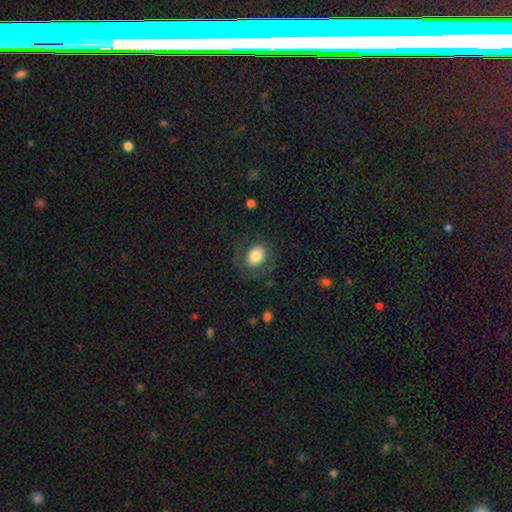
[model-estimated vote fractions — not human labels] A smooth galaxy with no disk features (78%) that is in between round and cigar-shaped (53%).

Vote fractions:
- Smooth or featured? smooth: 78% / featured or disk: 14% / star or artifact: 9%
- How rounded? in between: 53% / round: 46% / cigar-shaped: 1%
- Merging? none: 77% / minor disturbance: 13% / major disturbance: 8% / merger: 1%